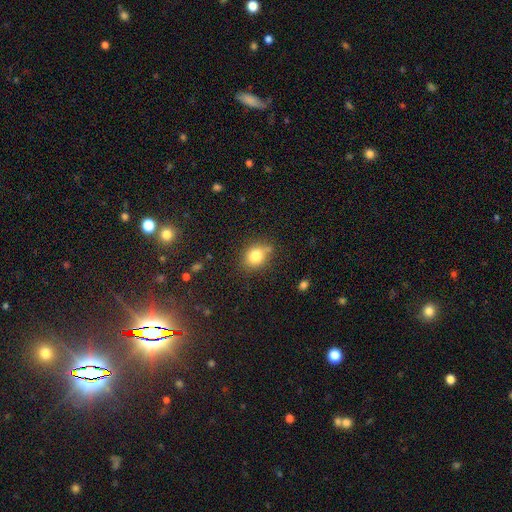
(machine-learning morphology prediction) Smooth or featured? Predicted: smooth (p=0.80). How rounded? Predicted: round (p=0.54). Merging? Predicted: none (p=0.67).